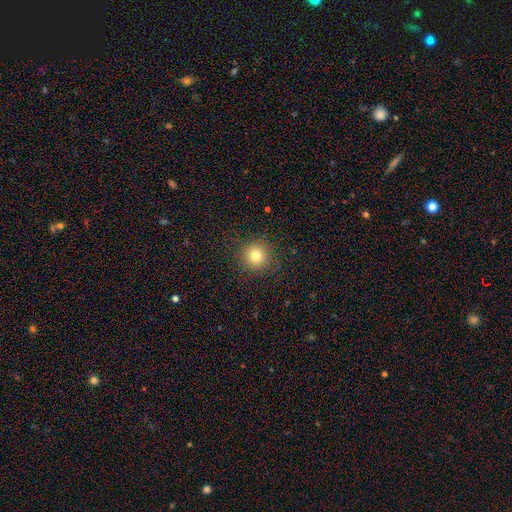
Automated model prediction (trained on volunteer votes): smooth-or-featured: smooth: 79% | star or artifact: 13% | featured or disk: 8%
  how-rounded: round: 94% | in between: 5% | cigar-shaped: 1%
  merging: none: 90% | minor disturbance: 6% | major disturbance: 3% | merger: 1%